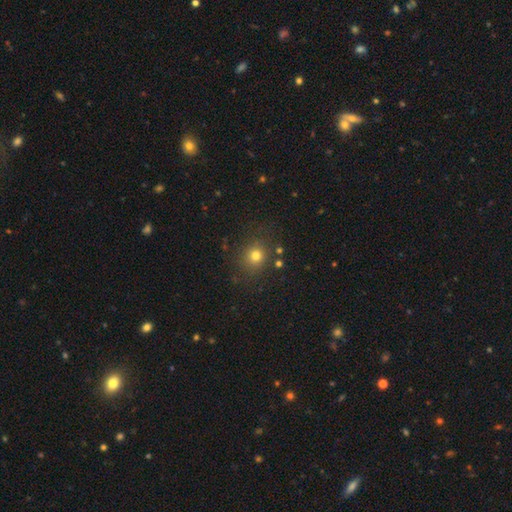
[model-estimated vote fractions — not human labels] smooth-or-featured: smooth: 75% | star or artifact: 17% | featured or disk: 8%
  how-rounded: round: 84% | in between: 15% | cigar-shaped: 1%
  merging: none: 83% | minor disturbance: 10% | major disturbance: 4% | merger: 4%